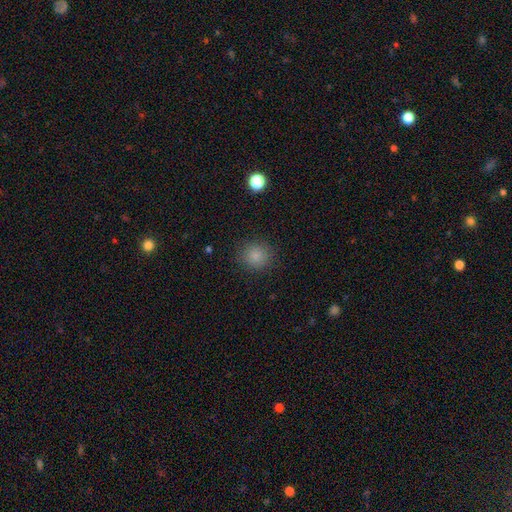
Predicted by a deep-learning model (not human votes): This appears to be a smooth galaxy with no disk features (84%) that is round (88%). Merging: none (87%).